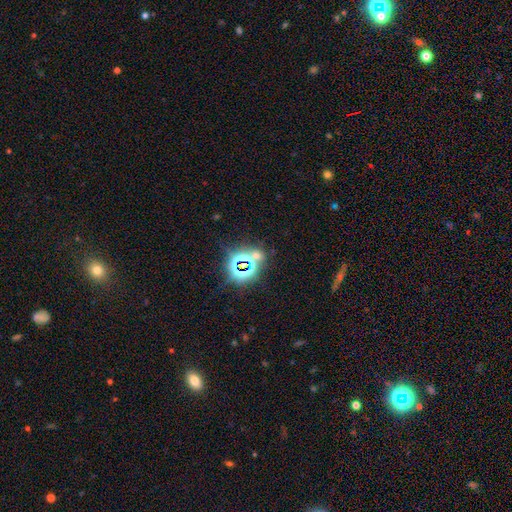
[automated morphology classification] Smooth or featured: star or artifact — 67% (smooth — 25%)